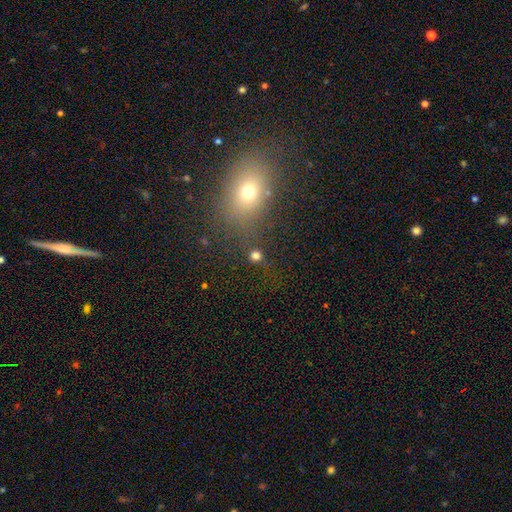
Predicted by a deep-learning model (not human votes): smooth-or-featured: smooth: 74% | star or artifact: 20% | featured or disk: 6%
  how-rounded: round: 87% | in between: 11% | cigar-shaped: 1%
  merging: none: 78% | merger: 9% | minor disturbance: 8% | major disturbance: 5%